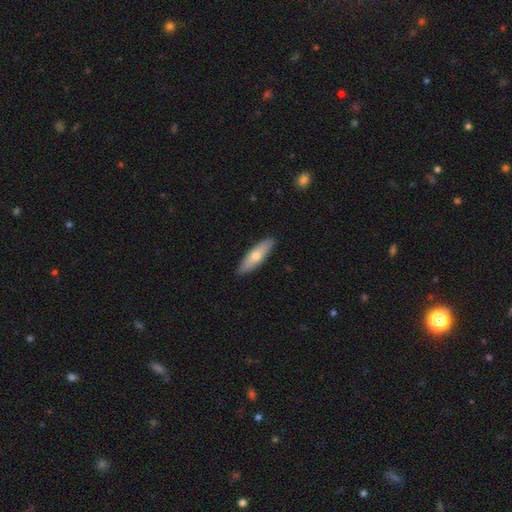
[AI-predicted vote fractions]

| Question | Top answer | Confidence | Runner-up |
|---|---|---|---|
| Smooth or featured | smooth | 63% | featured or disk (32%) |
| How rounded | cigar-shaped | 58% | in between (40%) |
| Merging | none | 90% | minor disturbance (8%) |